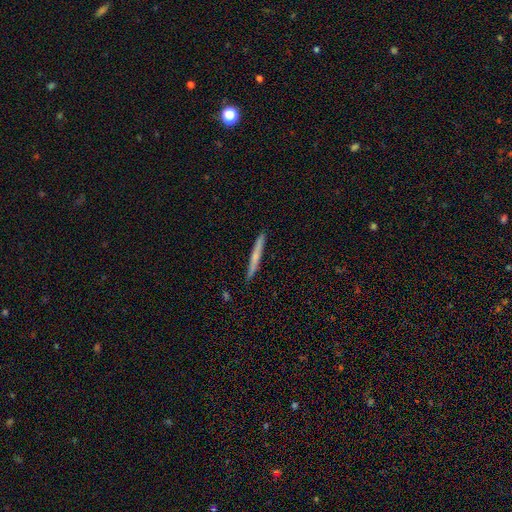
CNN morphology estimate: Smooth or featured? smooth (54%)
How rounded? cigar-shaped (96%)
Merging? none (91%)